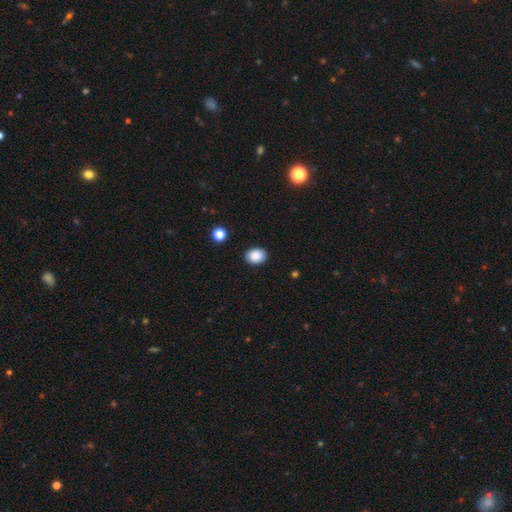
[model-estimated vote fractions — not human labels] Q: Smooth or featured?
A: smooth (89%); runner-up: star or artifact (8%)
Q: How rounded?
A: in between (69%); runner-up: round (30%)
Q: Merging?
A: none (90%); runner-up: minor disturbance (7%)